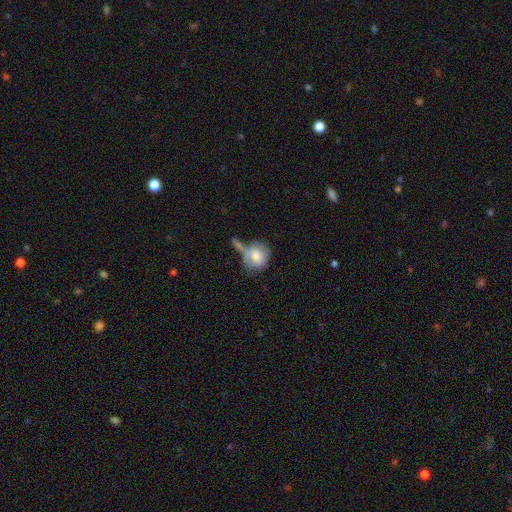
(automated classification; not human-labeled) Morphology: type=smooth (68%); roundness=round (68%); merging=merger (33%).